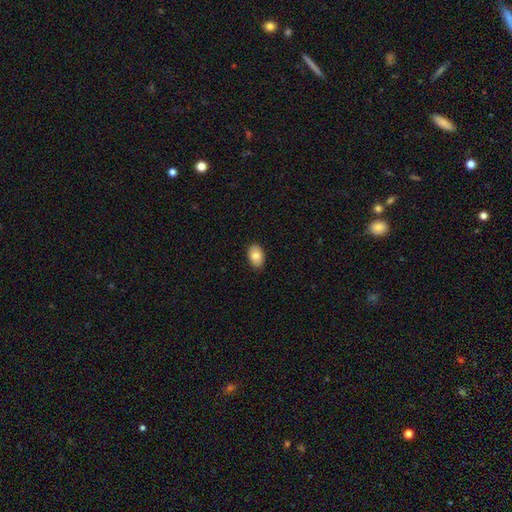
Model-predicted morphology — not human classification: Overall: smooth (83%). How rounded: in between (88%). Merging: none (89%).